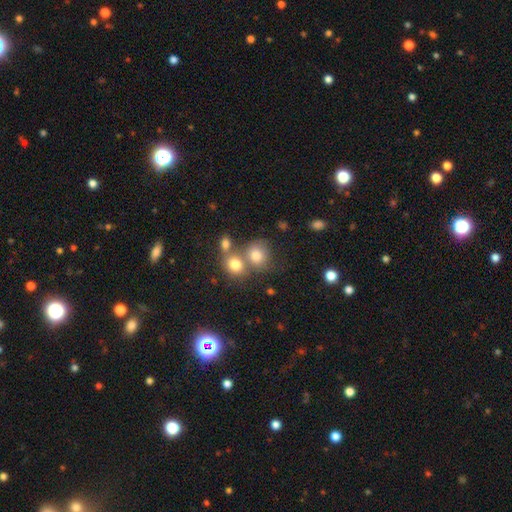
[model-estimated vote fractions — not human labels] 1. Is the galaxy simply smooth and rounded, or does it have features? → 73% smooth, 16% star or artifact, 11% featured or disk.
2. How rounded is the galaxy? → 75% round, 24% in between, 1% cigar-shaped.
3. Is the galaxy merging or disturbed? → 46% none, 38% merger, 11% minor disturbance, 5% major disturbance.